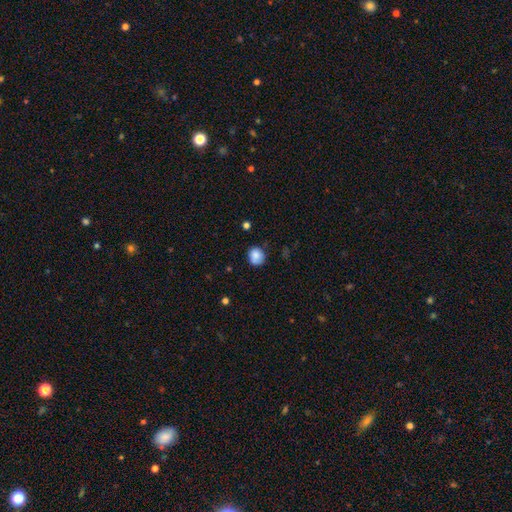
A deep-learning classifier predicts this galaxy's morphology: This is clearly a smooth galaxy (82%). How rounded: likely round (79%). Merging: likely none (67%).